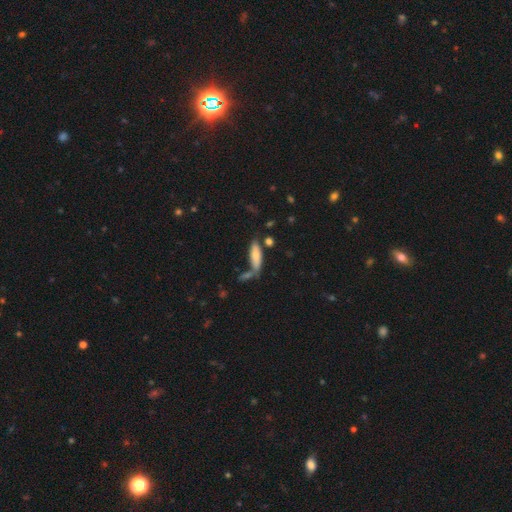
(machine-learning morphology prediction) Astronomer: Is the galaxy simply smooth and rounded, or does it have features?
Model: smooth — 73%.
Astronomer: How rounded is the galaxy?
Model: cigar-shaped — 51% (runner-up: in between, 47%).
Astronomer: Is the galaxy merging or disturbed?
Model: none — 57%.